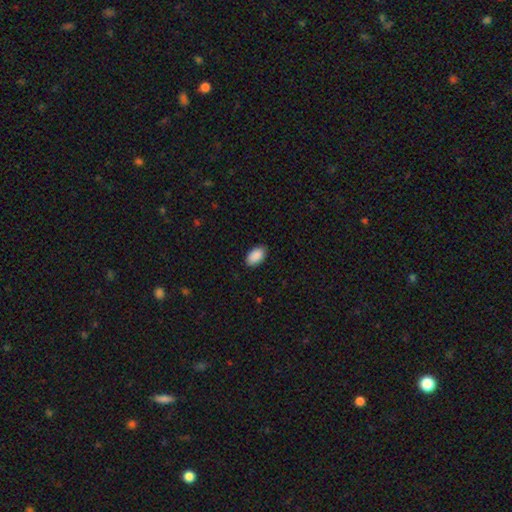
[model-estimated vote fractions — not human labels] Smooth or featured?
  - smooth: 91% *
  - star or artifact: 6%
  - featured or disk: 3%
How rounded?
  - in between: 94% *
  - round: 5%
  - cigar-shaped: 1%
Merging?
  - none: 87% *
  - minor disturbance: 10%
  - major disturbance: 2%
  - merger: 1%